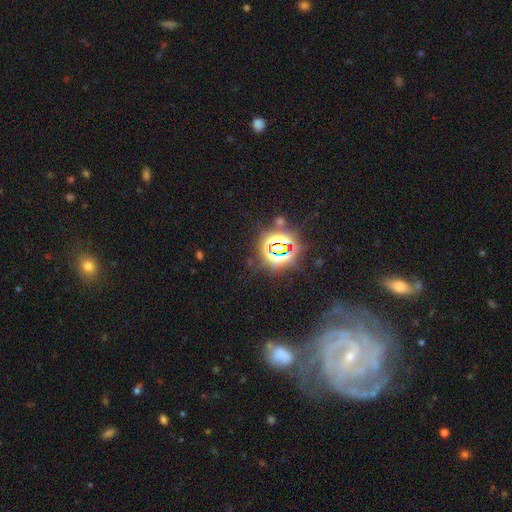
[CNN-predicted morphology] Smooth or featured? featured or disk (65%)
Edge-on disk? no (94%)
Bar? no (41%)
Spiral arms? yes (96%)
Spiral winding? tight (79%)
Spiral arm count? 3 (27%)
Bulge size? small (76%)
Merging? none (73%)